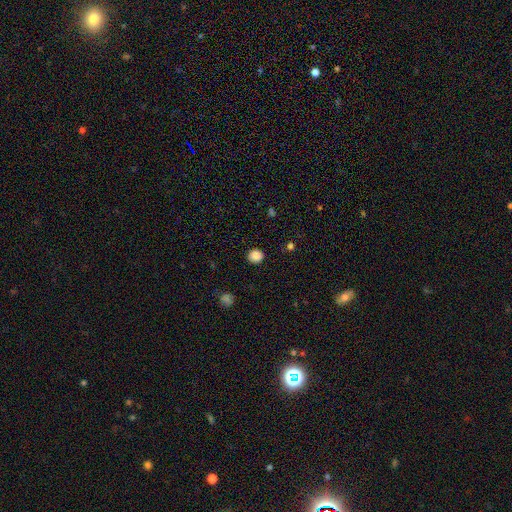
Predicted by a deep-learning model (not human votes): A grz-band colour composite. It shows a smooth galaxy with no disk features (86%) that is round (86%). Merging: none (90%).